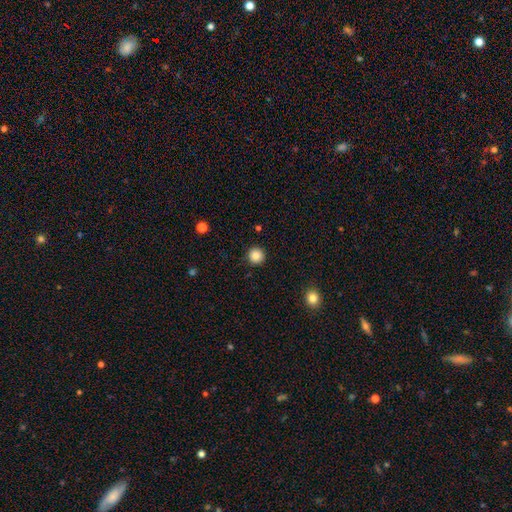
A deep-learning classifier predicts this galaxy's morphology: A smooth galaxy with no disk features (86%) that is round (96%). Merging: none (92%).